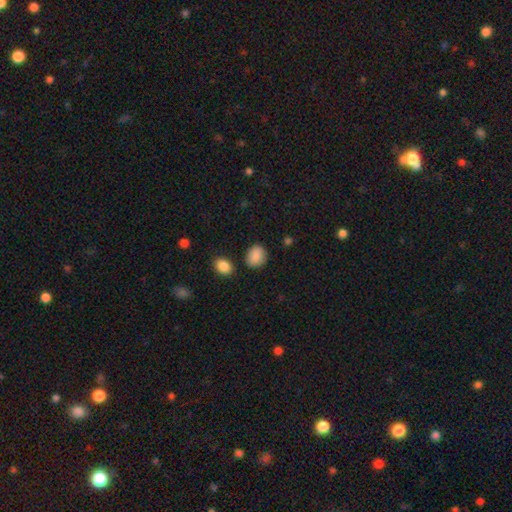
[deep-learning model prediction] This appears to be a smooth galaxy with no disk features (88%) that is round (57%). Merging: none (80%).